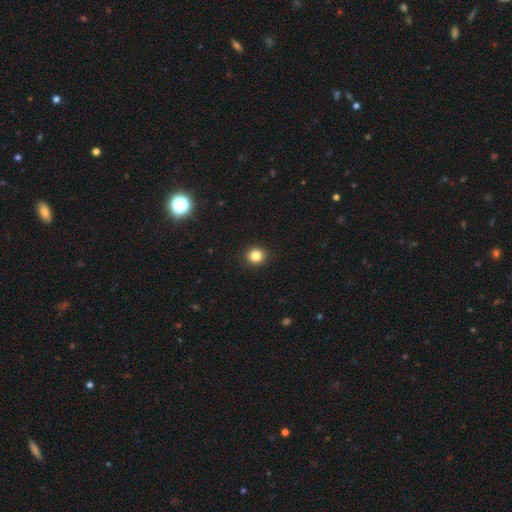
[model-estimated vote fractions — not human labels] smooth_or_featured: smooth (p=0.84) [alt: star or artifact p=0.12]
how_rounded: round (p=0.83) [alt: in between p=0.16]
merging: none (p=0.92) [alt: minor disturbance p=0.05]